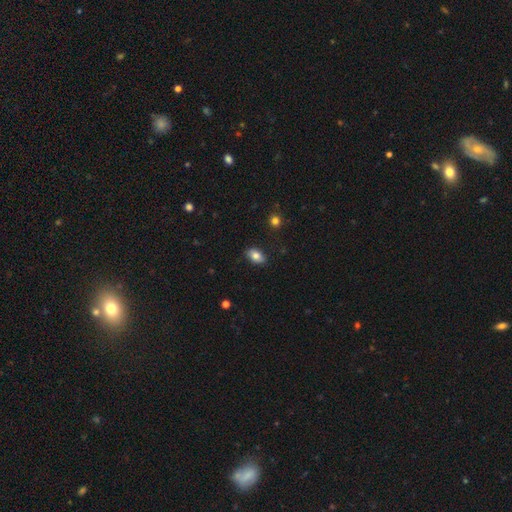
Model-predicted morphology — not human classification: Smooth or featured? smooth (81%)
How rounded? in between (89%)
Merging? none (84%)